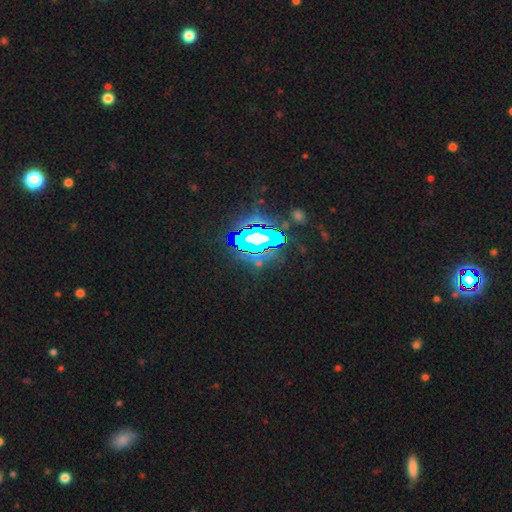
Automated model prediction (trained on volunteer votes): This is clearly a star or artifact rather than a galaxy (81%).